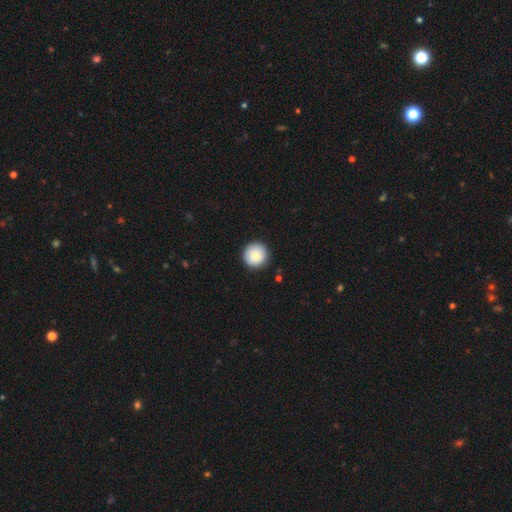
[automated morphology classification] The model was most divided on "smooth or featured": smooth: 82%, featured or disk: 10%, star or artifact: 7%. More confident: how rounded — round (96%); merging — none (91%).